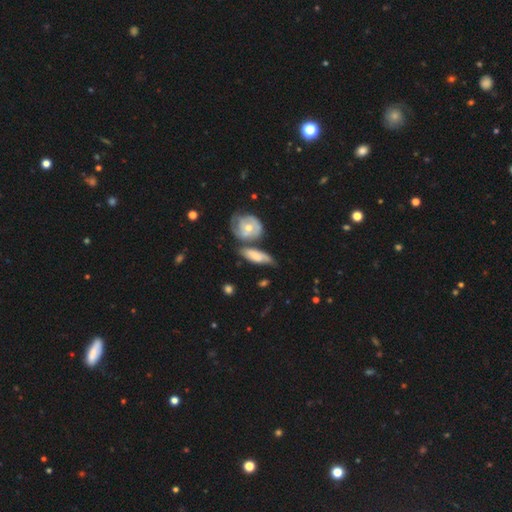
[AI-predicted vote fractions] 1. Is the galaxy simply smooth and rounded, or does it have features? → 50% smooth, 43% featured or disk, 6% star or artifact.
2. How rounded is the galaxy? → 67% in between, 26% cigar-shaped, 7% round.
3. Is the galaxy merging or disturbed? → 39% none, 27% merger, 23% minor disturbance, 11% major disturbance.